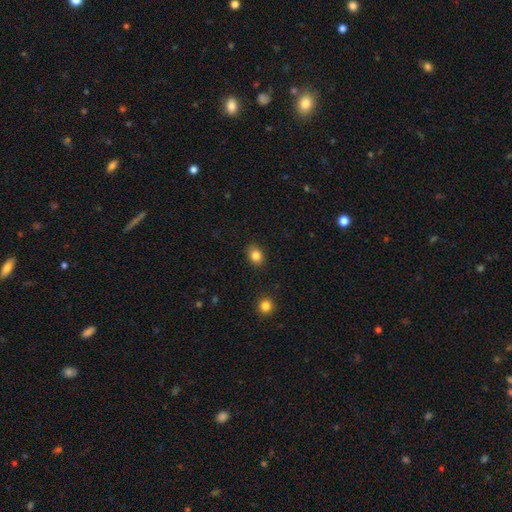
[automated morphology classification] Smooth or featured? Predicted: smooth (p=0.84). How rounded? Predicted: in between (p=0.51). Merging? Predicted: none (p=0.87).